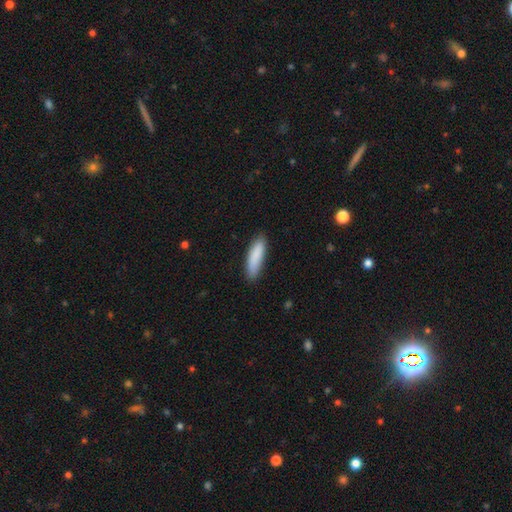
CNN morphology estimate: This appears to be a smooth galaxy with no disk features (87%) that is cigar-shaped (64%). Merging: none (83%).